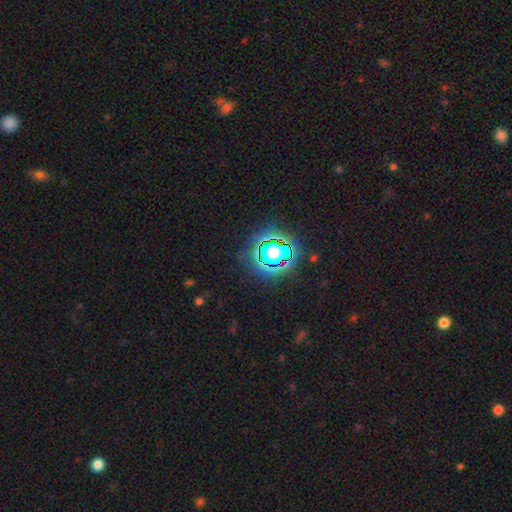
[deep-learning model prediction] Morphology: type=star or artifact (82%).